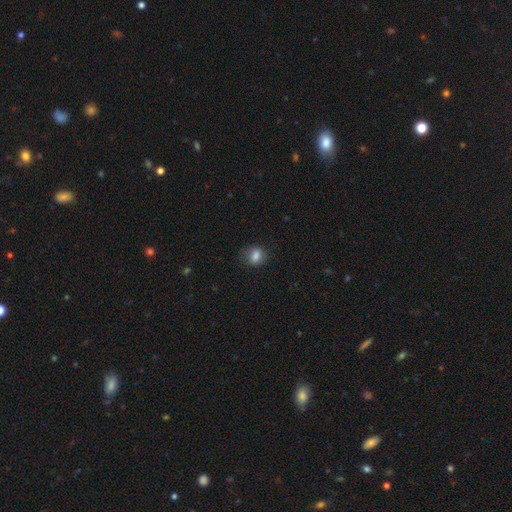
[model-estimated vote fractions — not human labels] A smooth galaxy with no disk features (82%) that is round (53%). Merging: none (74%).